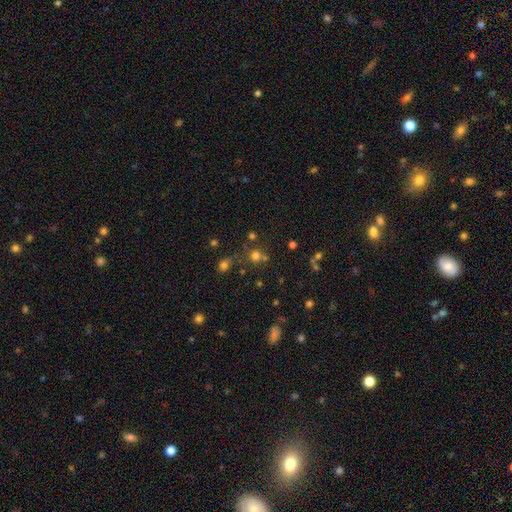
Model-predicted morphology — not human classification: smooth_or_featured: smooth (p=0.68) [alt: star or artifact p=0.23]
how_rounded: round (p=0.89) [alt: in between p=0.10]
merging: none (p=0.65) [alt: merger p=0.18]